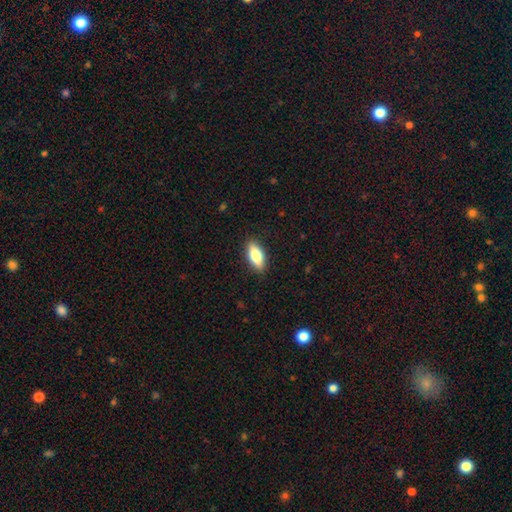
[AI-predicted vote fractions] This is likely a smooth galaxy (74%). How rounded: likely in between (78%). Merging: clearly none (88%).